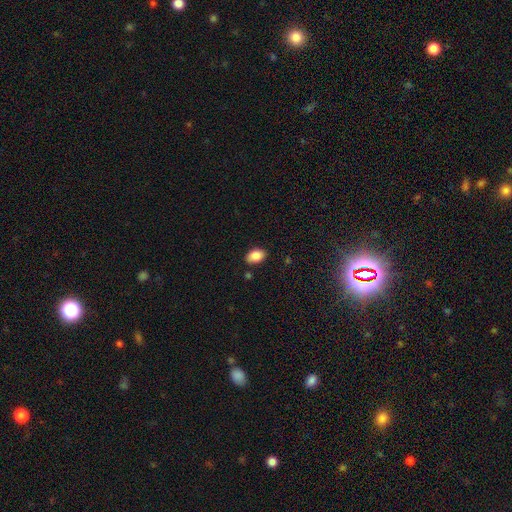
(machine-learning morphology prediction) This appears to be a smooth galaxy with no disk features (86%) that is in between round and cigar-shaped (88%). Merging: none (84%).